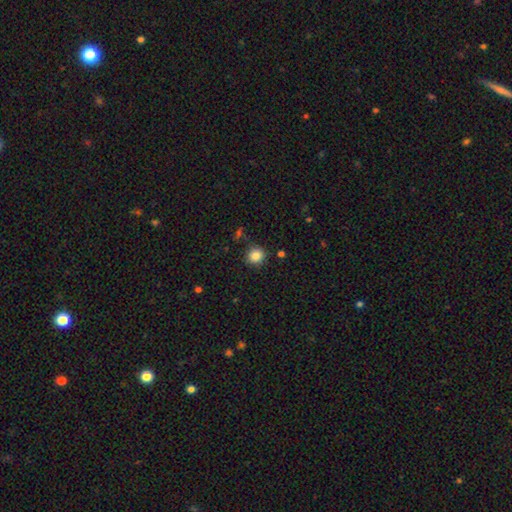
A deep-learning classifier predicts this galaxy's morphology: type=smooth (84%); roundness=round (86%); merging=none (85%).